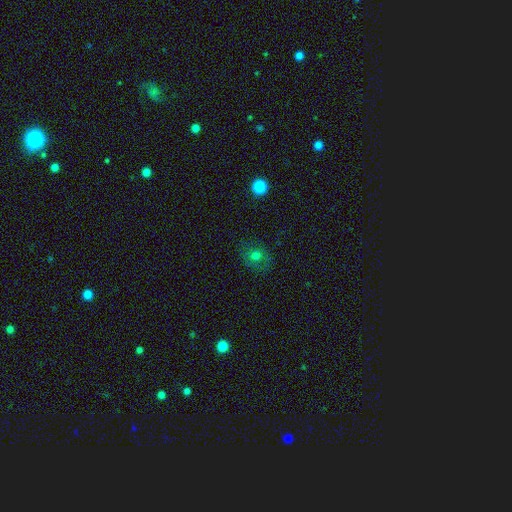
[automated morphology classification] The model was most divided on "smooth or featured": smooth: 62%, featured or disk: 20%, star or artifact: 17%. More confident: merging — none (77%); how rounded — round (74%).